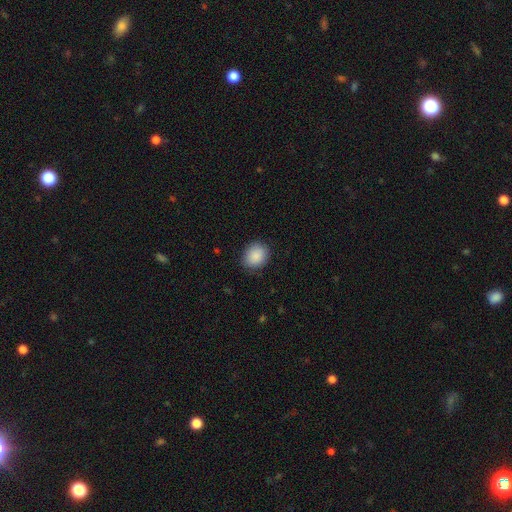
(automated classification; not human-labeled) smooth 89%, star or artifact 7%, featured or disk 4%. Down the decision tree: how rounded — round (56%); merging — none (85%).